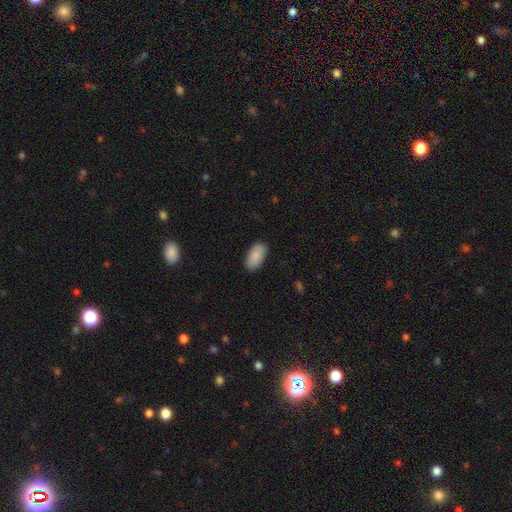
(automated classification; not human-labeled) Overall: smooth (89%). How rounded: in between (94%). Merging: none (87%).